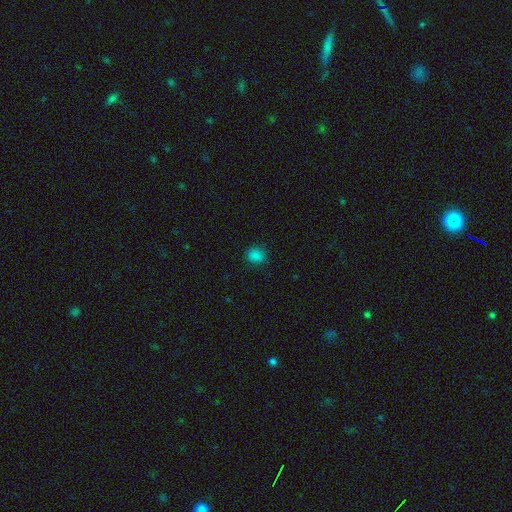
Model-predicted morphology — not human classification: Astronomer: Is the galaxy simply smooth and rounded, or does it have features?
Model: smooth — 82%.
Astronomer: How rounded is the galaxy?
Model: round — 56% (runner-up: in between, 42%).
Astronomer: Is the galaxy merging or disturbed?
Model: none — 85%.